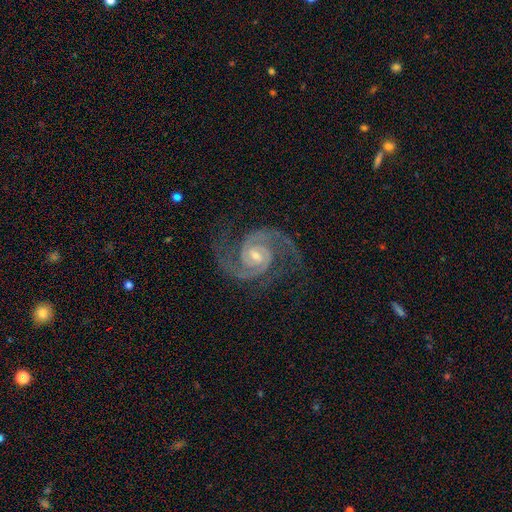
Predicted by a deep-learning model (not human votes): Smooth or featured? Predicted: featured or disk (p=0.94). Edge-on disk? Predicted: no (p=0.98). Bar? Predicted: weak (p=0.46). Spiral arms? Predicted: yes (p=0.99). Spiral winding? Predicted: medium (p=0.56). Spiral arm count? Predicted: 2 (p=0.92). Bulge size? Predicted: small (p=0.52). Merging? Predicted: none (p=0.79).